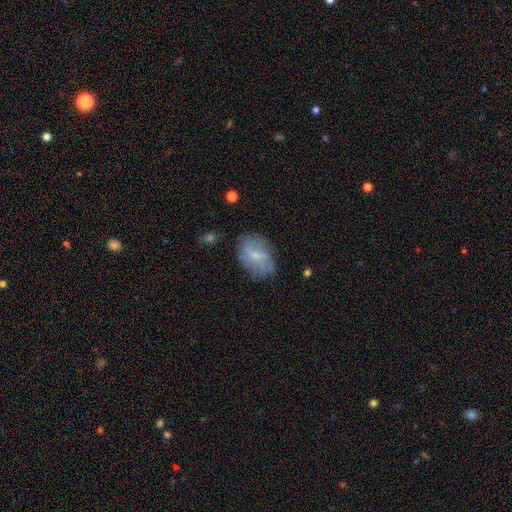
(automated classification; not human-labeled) Overall: smooth (52%; featured or disk 40%). How rounded: in between (82%). Merging: none (64%; minor disturbance 24%).